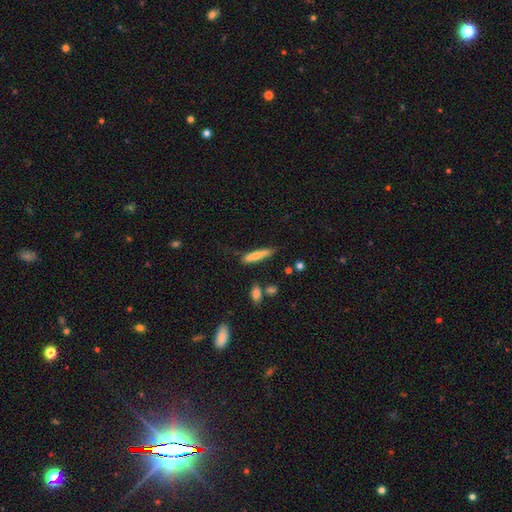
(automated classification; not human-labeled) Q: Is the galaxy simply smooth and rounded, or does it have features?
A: smooth — 72%.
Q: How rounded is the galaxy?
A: cigar-shaped — 86%.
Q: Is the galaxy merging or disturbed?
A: none — 67%.